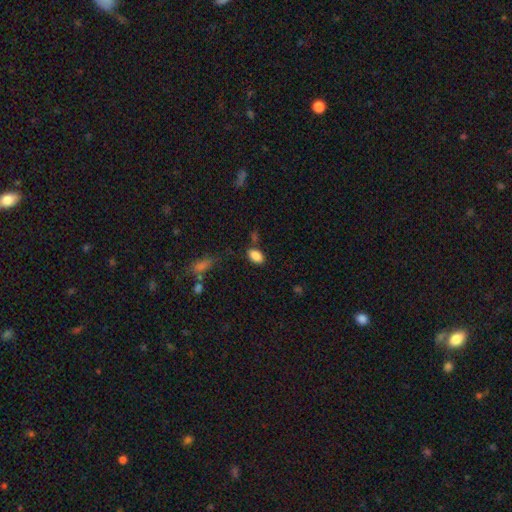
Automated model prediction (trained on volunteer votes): Smooth or featured: smooth — 87% (star or artifact — 9%)
How rounded: in between — 90% (round — 8%)
Merging: none — 76% (minor disturbance — 14%)